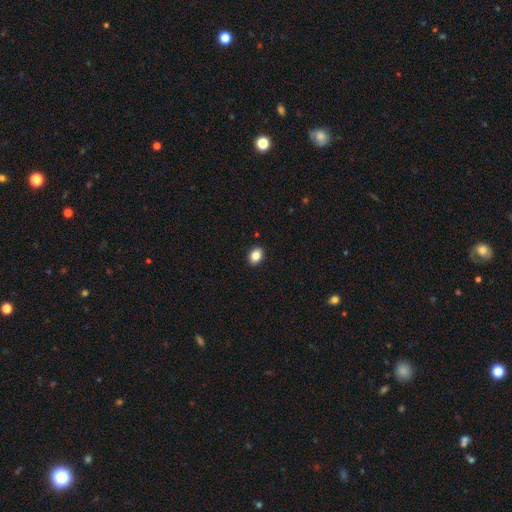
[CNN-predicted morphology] A smooth galaxy with no disk features (85%) that is in between round and cigar-shaped (72%).

Vote fractions:
- Smooth or featured? smooth: 85% / star or artifact: 9% / featured or disk: 6%
- How rounded? in between: 72% / round: 27% / cigar-shaped: 1%
- Merging? none: 91% / minor disturbance: 7% / major disturbance: 2% / merger: 1%